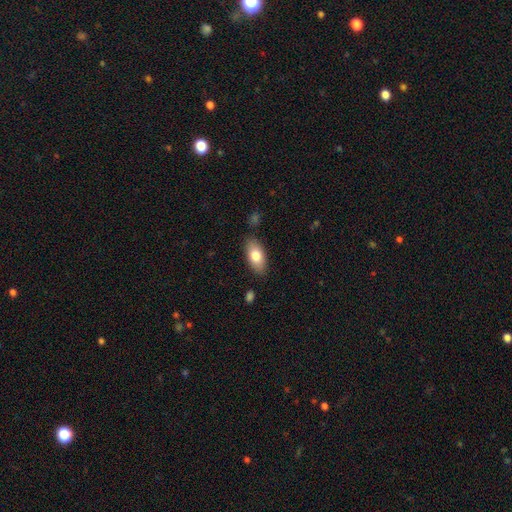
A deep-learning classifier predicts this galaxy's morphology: The model was most divided on "smooth or featured": smooth: 79%, featured or disk: 15%, star or artifact: 6%. More confident: how rounded — in between (91%); merging — none (85%).